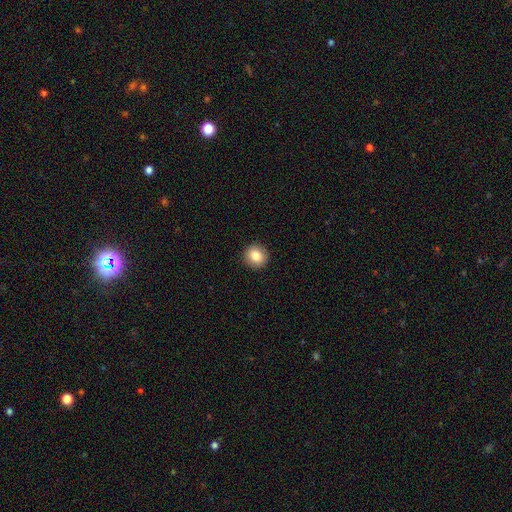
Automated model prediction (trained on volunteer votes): This is clearly a smooth galaxy (85%). How rounded: clearly round (89%). Merging: clearly none (92%).